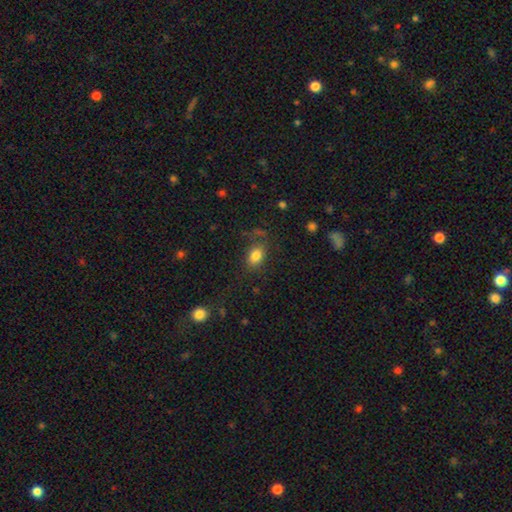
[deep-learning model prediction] Morphology: type=smooth (81%); roundness=in between (80%); merging=none (72%).